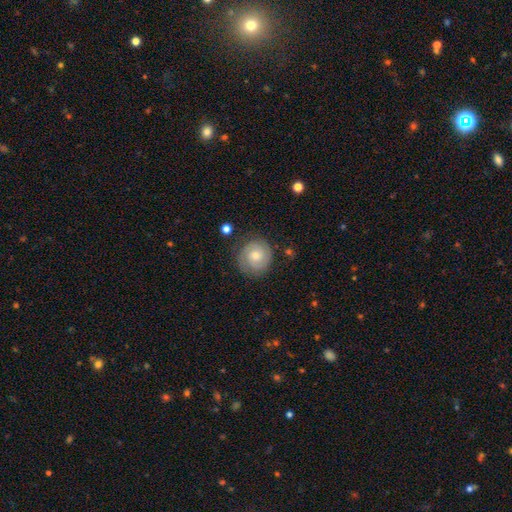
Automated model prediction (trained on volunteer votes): smooth-or-featured: featured or disk: 55% | smooth: 38% | star or artifact: 7%
  disk-edge-on: no: 98% | yes: 2%
    bar: no: 75% | weak: 22% | strong: 3%
    has-spiral-arms: yes: 87% | no: 13%
    bulge-size: moderate: 57% | small: 34% | large: 5% | none: 3% | dominant: 1%
  merging: none: 80% | minor disturbance: 14% | major disturbance: 5% | merger: 2%